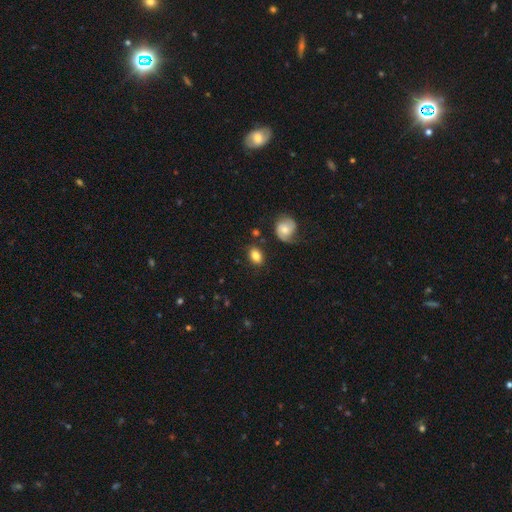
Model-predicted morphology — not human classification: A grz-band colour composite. It shows a smooth galaxy with no disk features (80%) that is in between round and cigar-shaped (74%). Merging: none (76%).